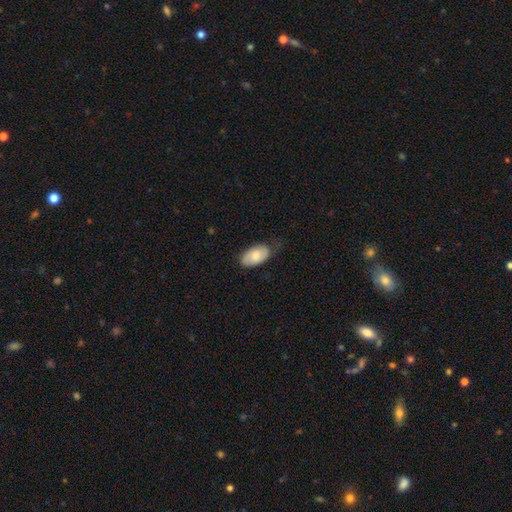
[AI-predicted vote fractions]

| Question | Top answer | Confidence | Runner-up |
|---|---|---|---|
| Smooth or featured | smooth | 73% | featured or disk (21%) |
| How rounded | in between | 95% | round (4%) |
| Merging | none | 66% | minor disturbance (27%) |